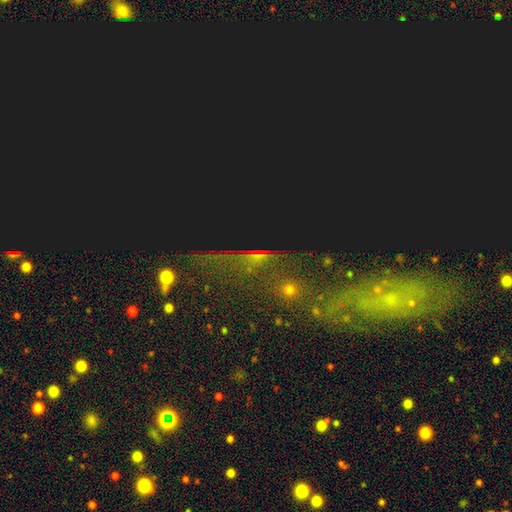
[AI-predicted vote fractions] smooth_or_featured: star or artifact (p=0.61) [alt: smooth p=0.19]